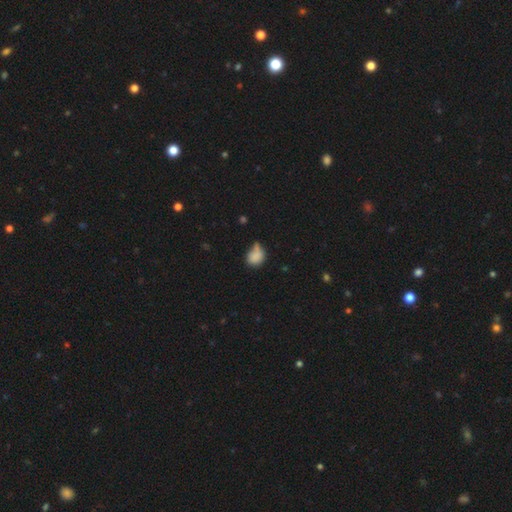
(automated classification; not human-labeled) This appears to be a smooth galaxy with no disk features (81%) that is in between round and cigar-shaped (53%). Merging: none (38%).